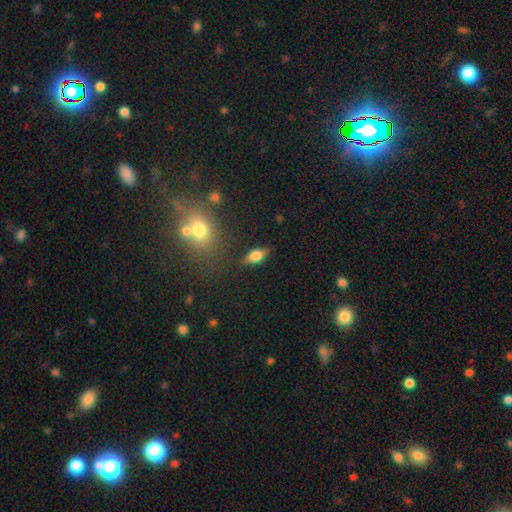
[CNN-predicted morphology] This is possibly a smooth galaxy (59%). How rounded: likely in between (77%). Merging: clearly none (82%).